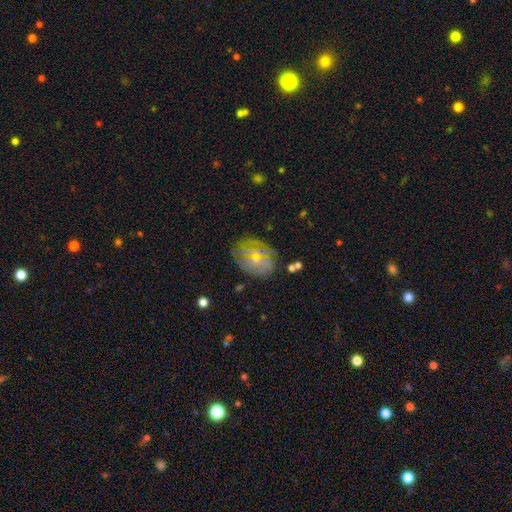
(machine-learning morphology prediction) This is possibly a featured or disk galaxy (48%). Merging: likely none (74%).